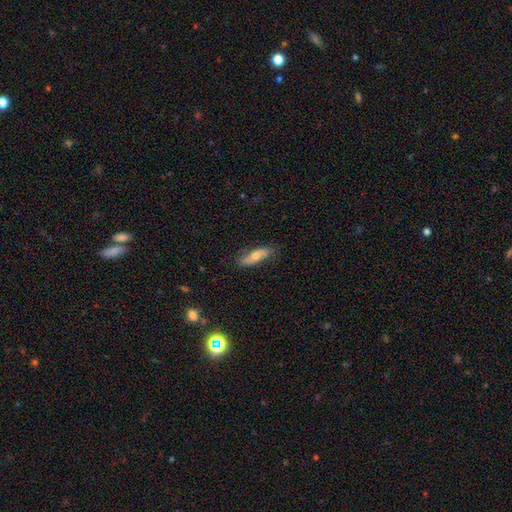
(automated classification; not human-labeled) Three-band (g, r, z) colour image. It shows a smooth galaxy with no disk features (54%) that is cigar-shaped (52%). Merging: none (80%).